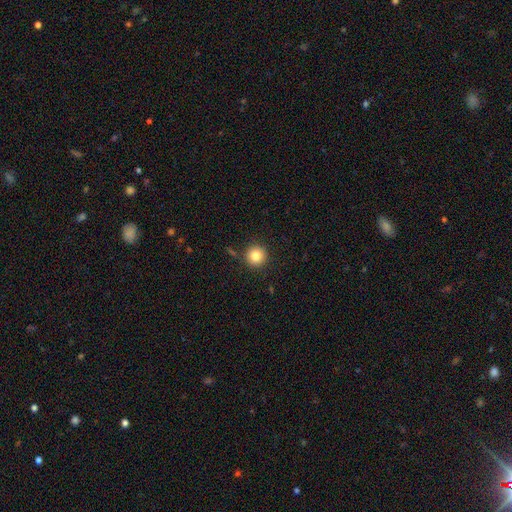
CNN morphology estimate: smooth_or_featured: smooth (p=0.83) [alt: star or artifact p=0.11]
how_rounded: round (p=0.95) [alt: in between p=0.04]
merging: none (p=0.88) [alt: minor disturbance p=0.07]